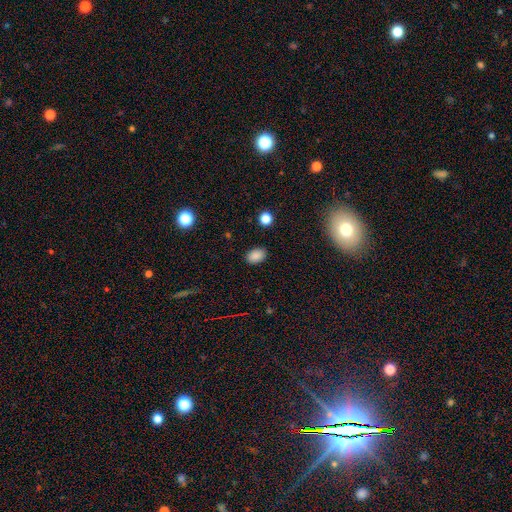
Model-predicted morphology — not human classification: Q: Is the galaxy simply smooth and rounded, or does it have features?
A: smooth — 86%.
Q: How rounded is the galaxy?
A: in between — 82%.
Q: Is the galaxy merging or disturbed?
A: none — 87%.